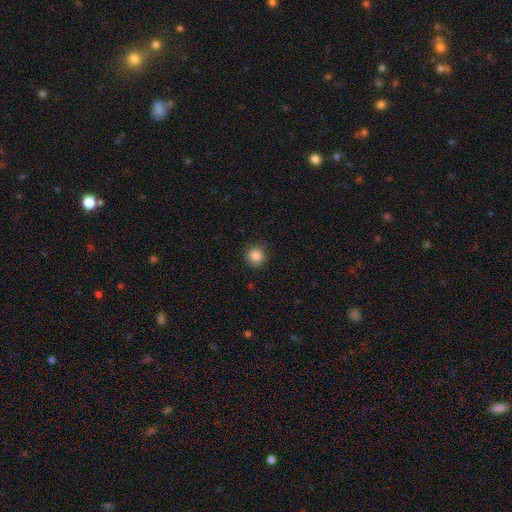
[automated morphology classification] This is clearly a smooth galaxy (85%). How rounded: clearly round (94%). Merging: clearly none (86%).